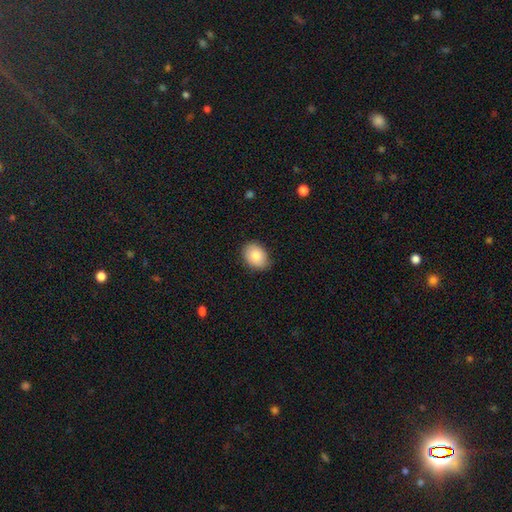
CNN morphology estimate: Q: Smooth or featured?
A: smooth (82%); runner-up: featured or disk (10%)
Q: How rounded?
A: in between (63%); runner-up: round (36%)
Q: Merging?
A: none (80%); runner-up: minor disturbance (16%)